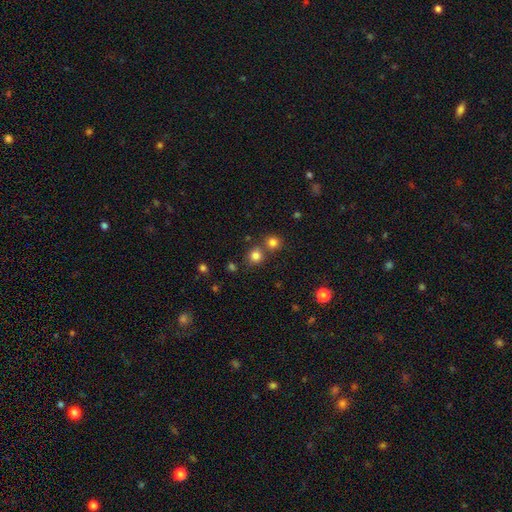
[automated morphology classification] smooth 79%, star or artifact 15%, featured or disk 6%. Down the decision tree: how rounded — round (87%); merging — none (66%).